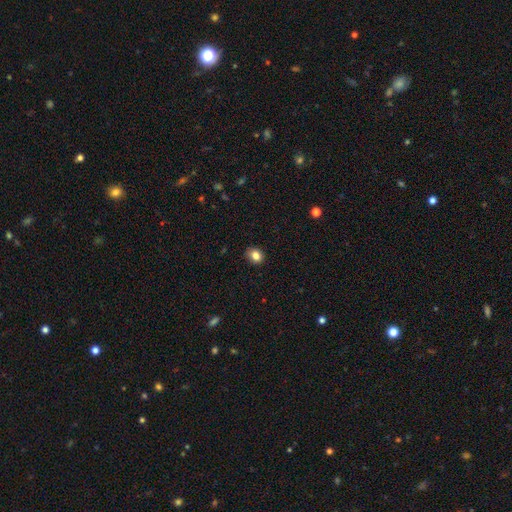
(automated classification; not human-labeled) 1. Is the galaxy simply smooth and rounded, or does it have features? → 83% smooth, 11% star or artifact, 6% featured or disk.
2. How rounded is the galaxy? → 67% round, 32% in between, 1% cigar-shaped.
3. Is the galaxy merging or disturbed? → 86% none, 11% minor disturbance, 2% major disturbance, 1% merger.